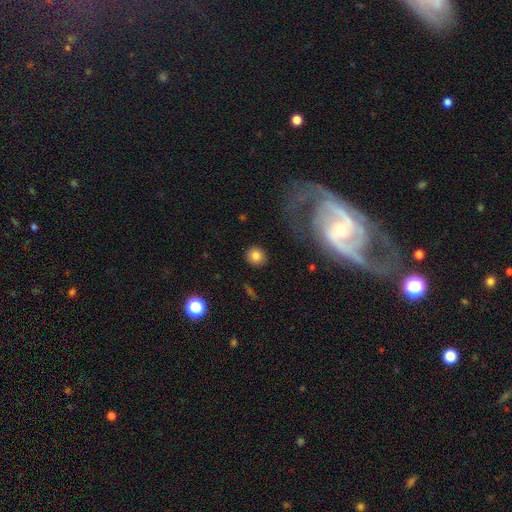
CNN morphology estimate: Smooth or featured? smooth (82%)
How rounded? round (89%)
Merging? none (90%)